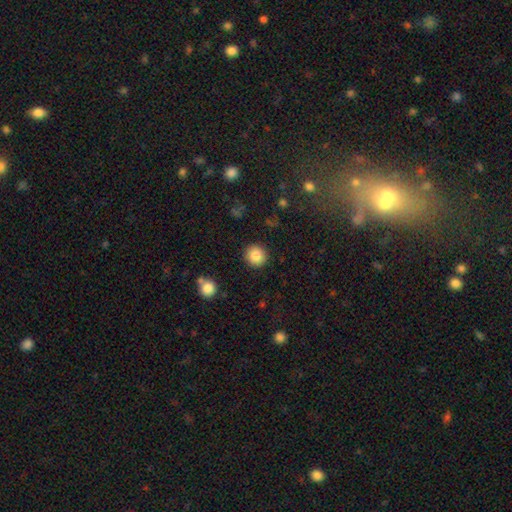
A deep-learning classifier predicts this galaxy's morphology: Smooth or featured?
  - smooth: 86% *
  - star or artifact: 9%
  - featured or disk: 5%
How rounded?
  - round: 94% *
  - in between: 5%
  - cigar-shaped: 1%
Merging?
  - none: 91% *
  - minor disturbance: 5%
  - major disturbance: 2%
  - merger: 1%